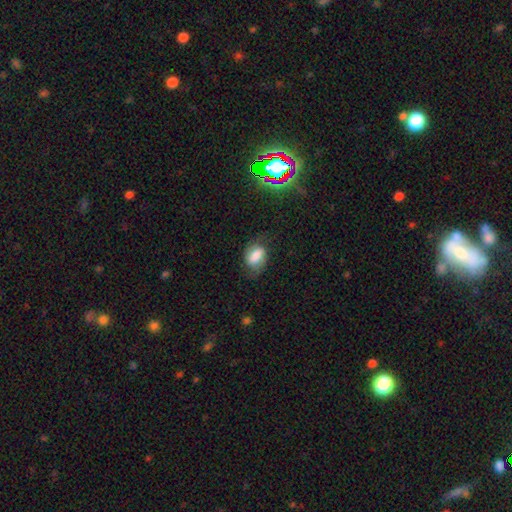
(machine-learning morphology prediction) smooth-or-featured: smooth: 64% | featured or disk: 27% | star or artifact: 10%
  how-rounded: in between: 82% | round: 15% | cigar-shaped: 2%
  merging: none: 60% | minor disturbance: 25% | major disturbance: 13% | merger: 2%